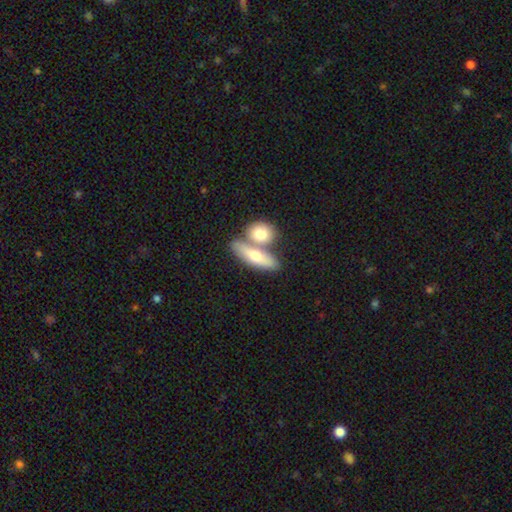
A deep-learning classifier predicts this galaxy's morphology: This appears to be a smooth galaxy with no disk features (63%) that is in between round and cigar-shaped (57%). Merging: merger (46%).